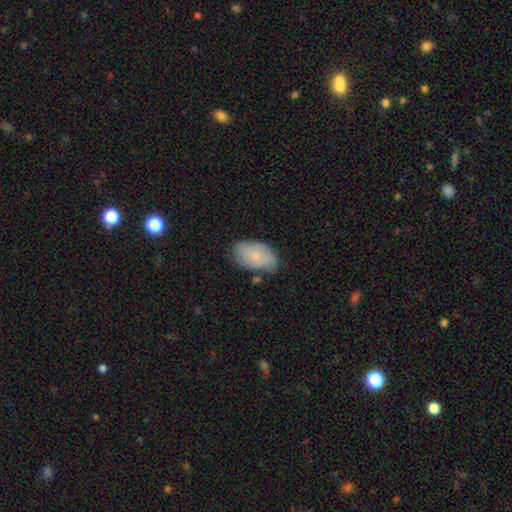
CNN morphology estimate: Smooth or featured? Predicted: smooth (p=0.76). How rounded? Predicted: in between (p=0.93). Merging? Predicted: none (p=0.64).